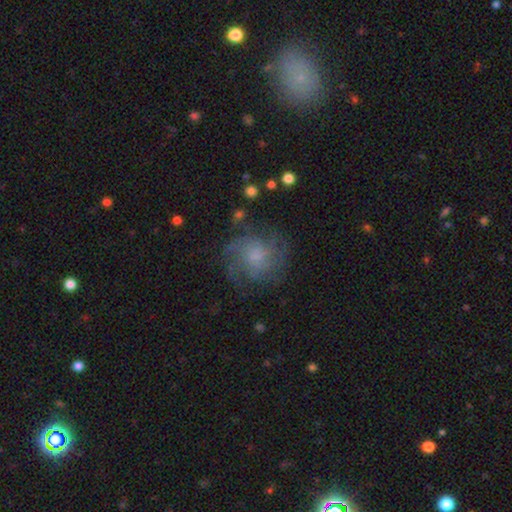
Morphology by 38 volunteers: smooth_or_featured: featured or disk (p=0.74) [alt: smooth p=0.21]
disk_edge_on: no (p=1.00)
bar: no (p=0.64) [alt: weak p=0.29]
has_spiral_arms: yes (p=0.86) [alt: no p=0.14]
spiral_winding: medium (p=0.54) [alt: tight p=0.38]
spiral_arm_count: more than 4 (p=0.33) [alt: 4 p=0.25]
bulge_size: small (p=0.46) [alt: moderate p=0.21]
merging: none (p=0.83) [alt: minor disturbance p=0.08]